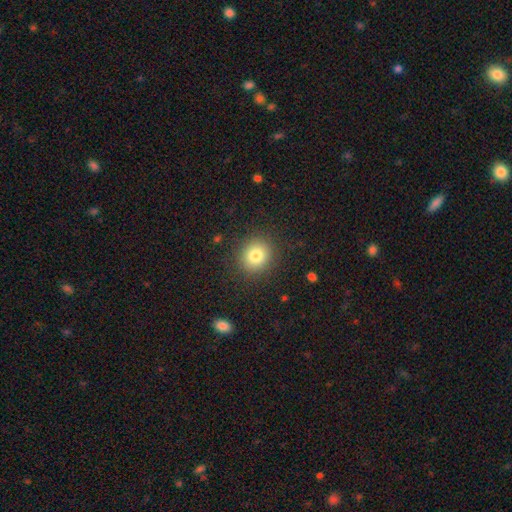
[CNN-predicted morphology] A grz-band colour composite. It shows a smooth galaxy with no disk features (80%) that is round (84%). Merging: none (88%).